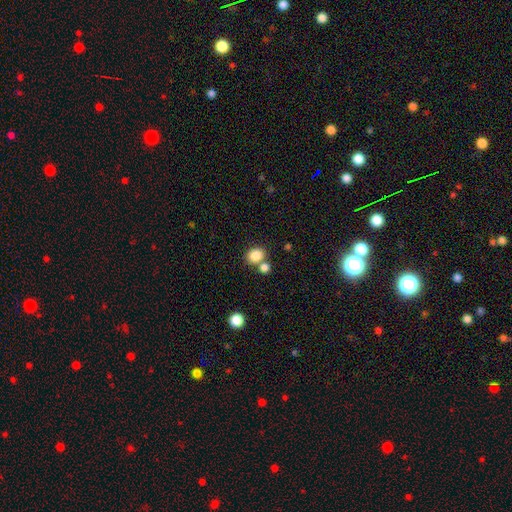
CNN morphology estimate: smooth_or_featured: smooth (p=0.84) [alt: star or artifact p=0.10]
how_rounded: round (p=0.58) [alt: in between p=0.41]
merging: none (p=0.62) [alt: merger p=0.26]